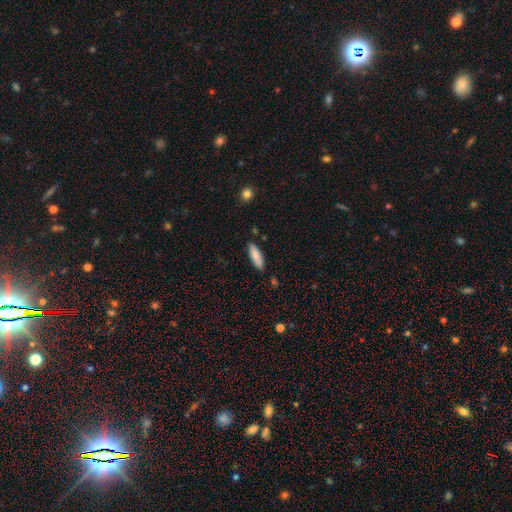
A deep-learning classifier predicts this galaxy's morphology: Q: Smooth or featured?
A: smooth (84%); runner-up: featured or disk (11%)
Q: How rounded?
A: in between (50%); runner-up: cigar-shaped (49%)
Q: Merging?
A: none (86%); runner-up: minor disturbance (10%)